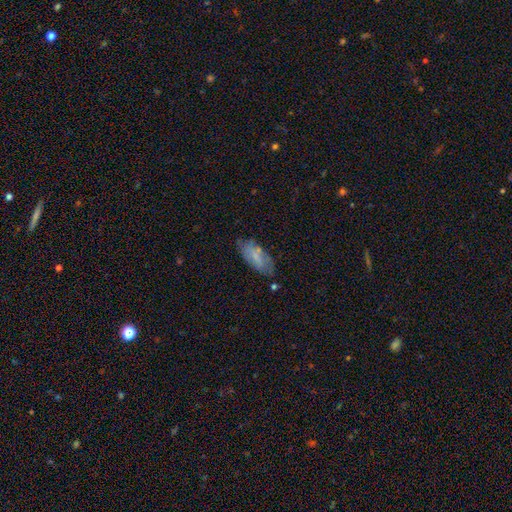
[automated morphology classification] Smooth or featured?
  - smooth: 68% *
  - featured or disk: 24%
  - star or artifact: 7%
How rounded?
  - in between: 82% *
  - cigar-shaped: 16%
  - round: 2%
Merging?
  - none: 68% *
  - minor disturbance: 22%
  - major disturbance: 6%
  - merger: 4%